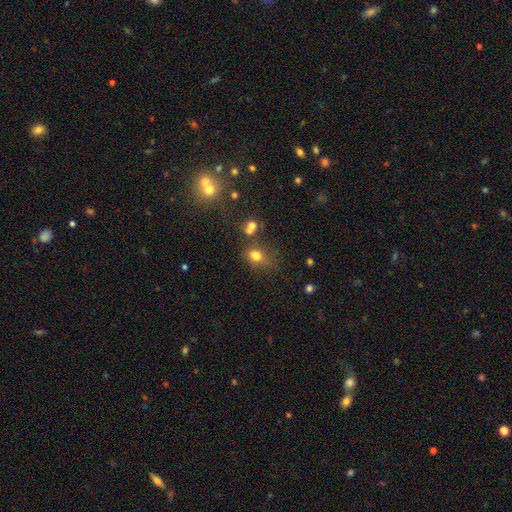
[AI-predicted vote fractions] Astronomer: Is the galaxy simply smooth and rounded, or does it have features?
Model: smooth — 75%.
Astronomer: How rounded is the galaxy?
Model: in between — 50% (runner-up: round, 49%).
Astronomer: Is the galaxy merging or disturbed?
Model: none — 57%.